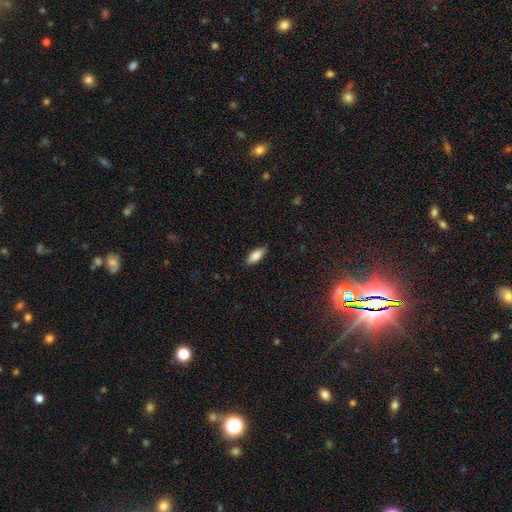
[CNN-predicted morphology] Smooth or featured?
  - smooth: 85% *
  - featured or disk: 8%
  - star or artifact: 6%
How rounded?
  - in between: 76% *
  - cigar-shaped: 22%
  - round: 2%
Merging?
  - none: 86% *
  - minor disturbance: 11%
  - major disturbance: 2%
  - merger: 1%